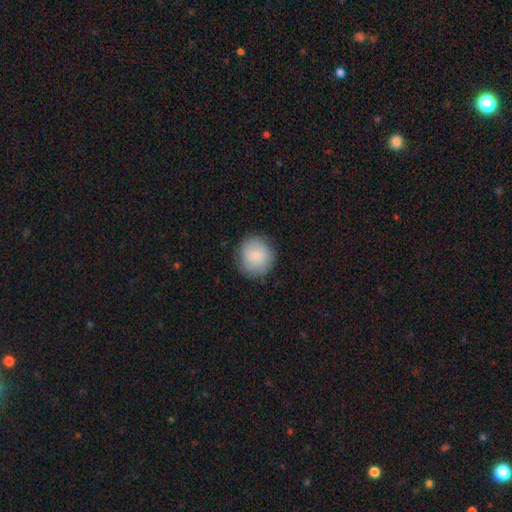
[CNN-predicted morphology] Smooth or featured? smooth (81%)
How rounded? round (92%)
Merging? none (86%)